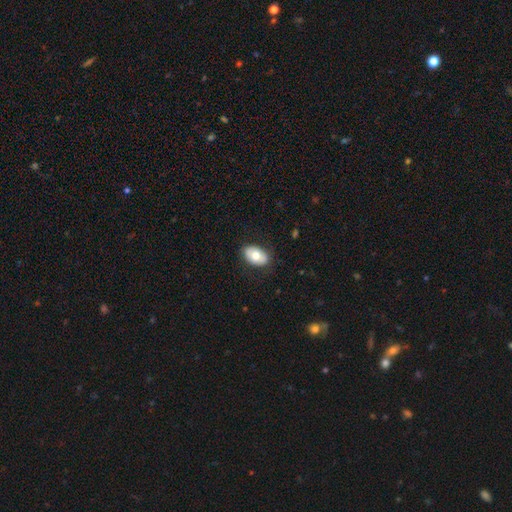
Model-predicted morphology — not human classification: Smooth or featured: smooth — 69% (featured or disk — 24%)
How rounded: in between — 88% (round — 11%)
Merging: none — 83% (minor disturbance — 13%)